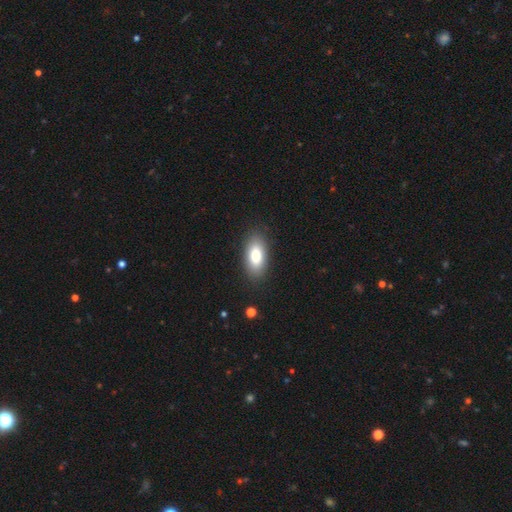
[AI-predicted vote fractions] Smooth or featured? Predicted: smooth (p=0.81). How rounded? Predicted: in between (p=0.91). Merging? Predicted: none (p=0.87).